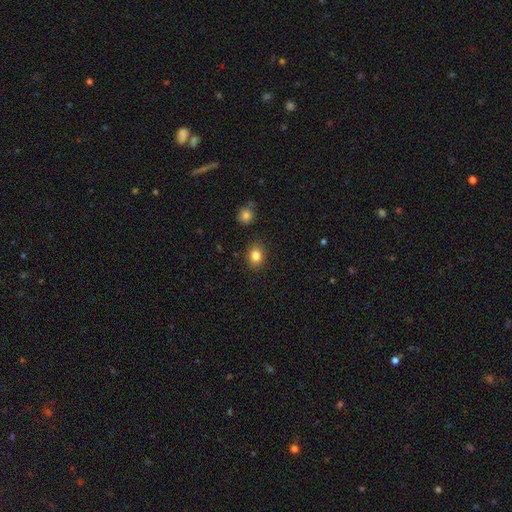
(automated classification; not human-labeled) This is clearly a smooth galaxy (84%). How rounded: possibly round (56%). Merging: clearly none (86%).